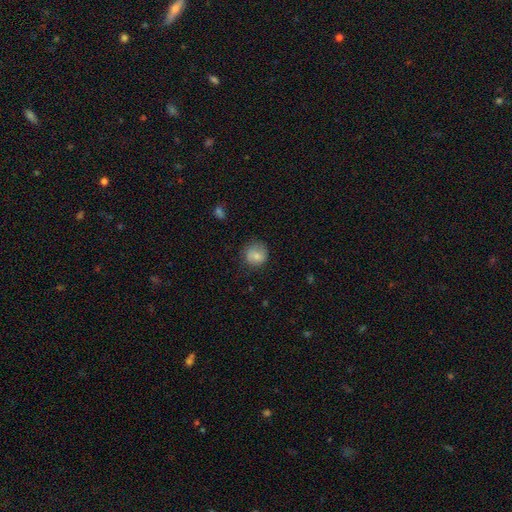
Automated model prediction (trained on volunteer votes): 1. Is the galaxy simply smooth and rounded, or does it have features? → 78% smooth, 14% featured or disk, 9% star or artifact.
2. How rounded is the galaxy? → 86% round, 13% in between, 1% cigar-shaped.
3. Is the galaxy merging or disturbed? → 74% none, 19% minor disturbance, 5% major disturbance, 1% merger.